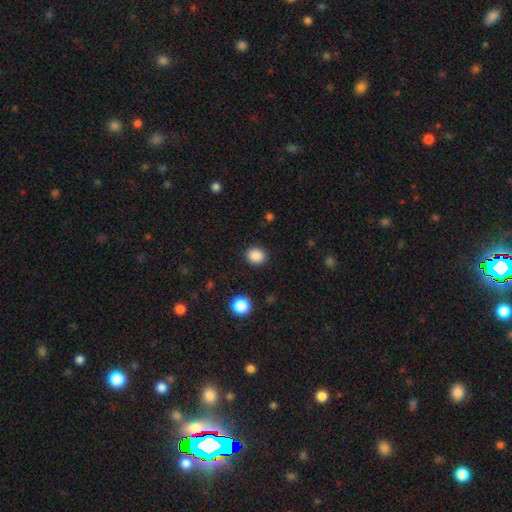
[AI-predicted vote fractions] Smooth or featured? Predicted: smooth (p=0.87). How rounded? Predicted: round (p=0.74). Merging? Predicted: none (p=0.89).